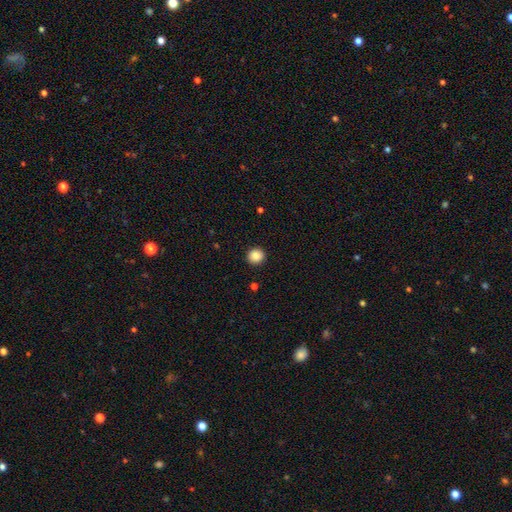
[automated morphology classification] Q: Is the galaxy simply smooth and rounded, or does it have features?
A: smooth — 86%.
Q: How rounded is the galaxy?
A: round — 89%.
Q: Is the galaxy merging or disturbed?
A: none — 93%.